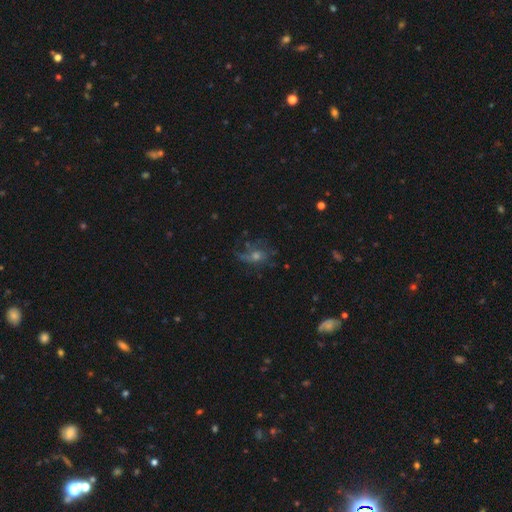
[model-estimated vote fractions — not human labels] smooth-or-featured: featured or disk: 52% | smooth: 24% | star or artifact: 23%
  disk-edge-on: no: 94% | yes: 6%
  merging: none: 55% | major disturbance: 23% | minor disturbance: 20% | merger: 2%